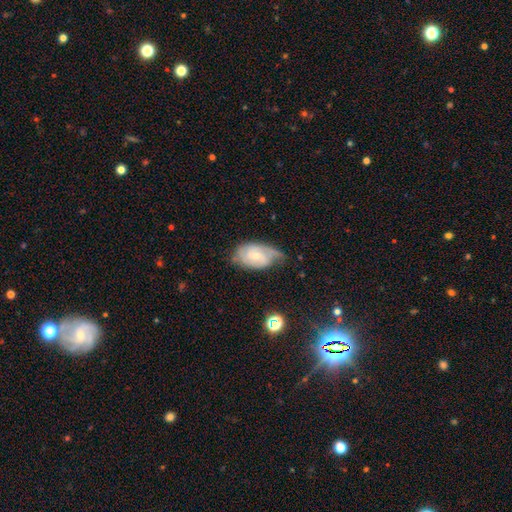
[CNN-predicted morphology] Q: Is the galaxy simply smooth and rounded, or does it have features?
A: featured or disk — 69%.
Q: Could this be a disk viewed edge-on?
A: no — 96%.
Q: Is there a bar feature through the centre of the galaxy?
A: no — 57%.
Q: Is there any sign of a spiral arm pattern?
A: yes — 90%.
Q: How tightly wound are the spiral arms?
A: tight — 49%.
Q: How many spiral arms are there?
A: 2 — 53%.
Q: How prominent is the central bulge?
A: small — 62%.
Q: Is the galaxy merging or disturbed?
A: none — 52%.